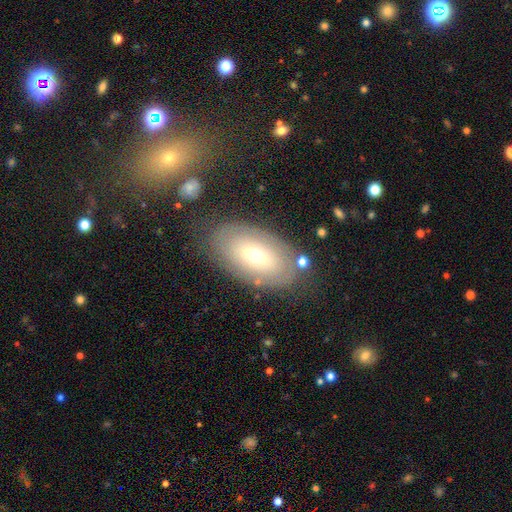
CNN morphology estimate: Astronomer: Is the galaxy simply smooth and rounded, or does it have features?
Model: smooth — 50% (runner-up: featured or disk, 41%).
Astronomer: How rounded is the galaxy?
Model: in between — 91%.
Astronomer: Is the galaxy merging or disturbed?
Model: none — 76%.